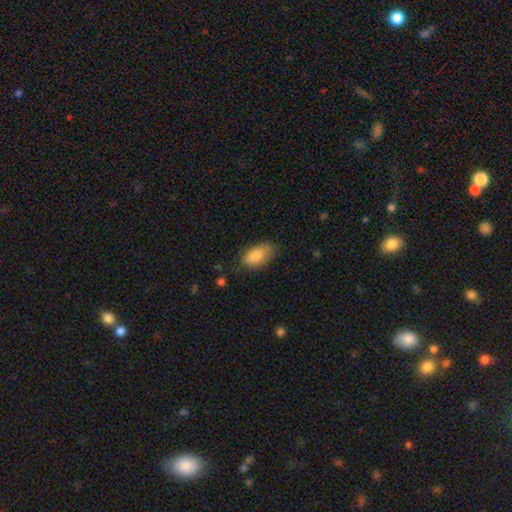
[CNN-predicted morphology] A smooth galaxy with no disk features (84%) that is in between round and cigar-shaped (92%).

Vote fractions:
- Smooth or featured? smooth: 84% / featured or disk: 9% / star or artifact: 7%
- How rounded? in between: 92% / cigar-shaped: 4% / round: 4%
- Merging? none: 66% / minor disturbance: 26% / major disturbance: 6% / merger: 2%